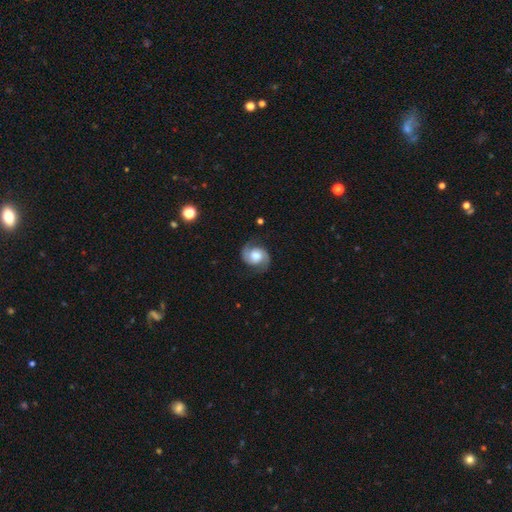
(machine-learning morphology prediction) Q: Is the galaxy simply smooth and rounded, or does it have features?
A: featured or disk — 80%.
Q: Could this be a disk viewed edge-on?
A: no — 98%.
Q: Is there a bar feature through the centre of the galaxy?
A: no — 63%.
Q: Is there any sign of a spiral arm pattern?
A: yes — 96%.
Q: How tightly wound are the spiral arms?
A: medium — 52%.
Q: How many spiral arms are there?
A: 2 — 93%.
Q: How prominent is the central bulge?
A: moderate — 48%.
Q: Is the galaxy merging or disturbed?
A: none — 78%.